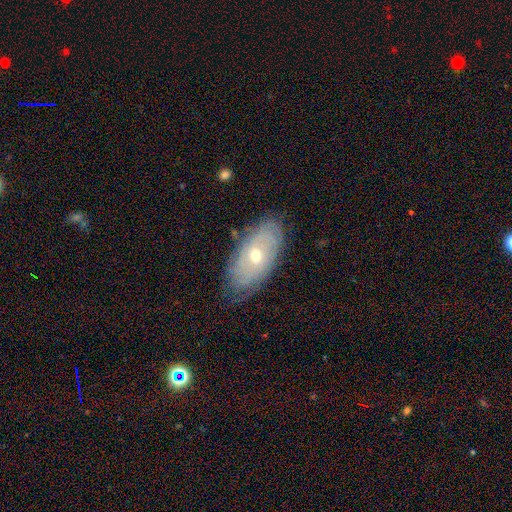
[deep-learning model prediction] Smooth or featured? Predicted: featured or disk (p=0.64). Edge-on disk? Predicted: no (p=0.88). Bar? Predicted: no (p=0.81). Spiral arms? Predicted: yes (p=0.70). Bulge size? Predicted: moderate (p=0.62). Merging? Predicted: none (p=0.74).